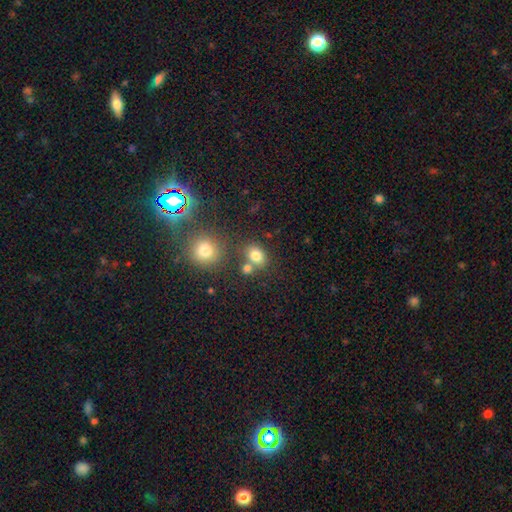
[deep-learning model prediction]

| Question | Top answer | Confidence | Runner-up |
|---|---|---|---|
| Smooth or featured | smooth | 78% | star or artifact (14%) |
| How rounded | in between | 55% | round (44%) |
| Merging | none | 61% | merger (22%) |